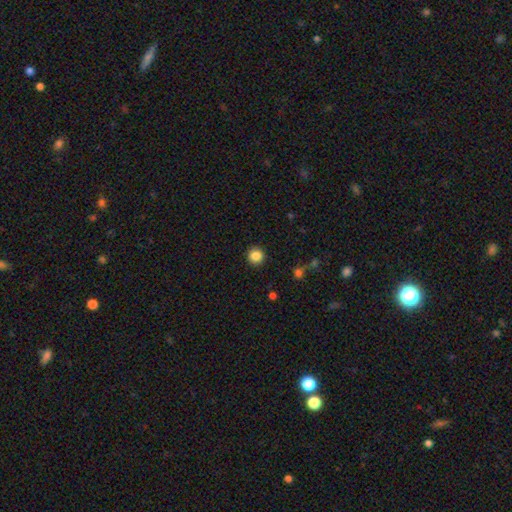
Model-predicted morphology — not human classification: smooth-or-featured: smooth: 86% | star or artifact: 10% | featured or disk: 4%
  how-rounded: round: 94% | in between: 5% | cigar-shaped: 1%
  merging: none: 92% | minor disturbance: 5% | major disturbance: 2% | merger: 1%